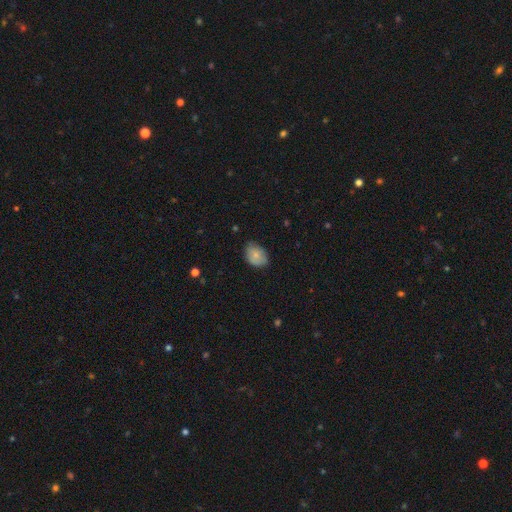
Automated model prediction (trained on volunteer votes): Smooth or featured: smooth — 76% (featured or disk — 16%)
How rounded: in between — 72% (round — 27%)
Merging: none — 66% (minor disturbance — 28%)